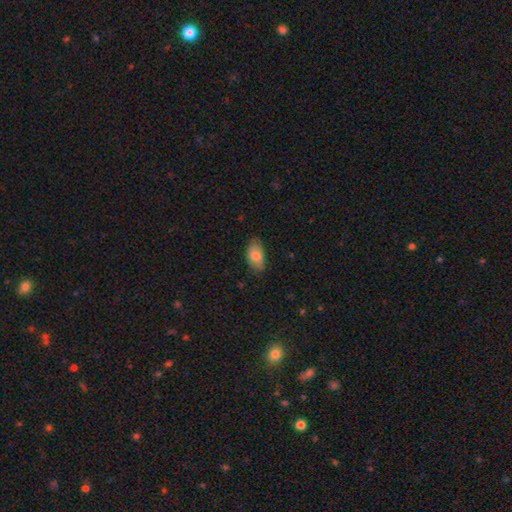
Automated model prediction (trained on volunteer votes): Overall: smooth (81%). How rounded: in between (93%). Merging: none (76%).